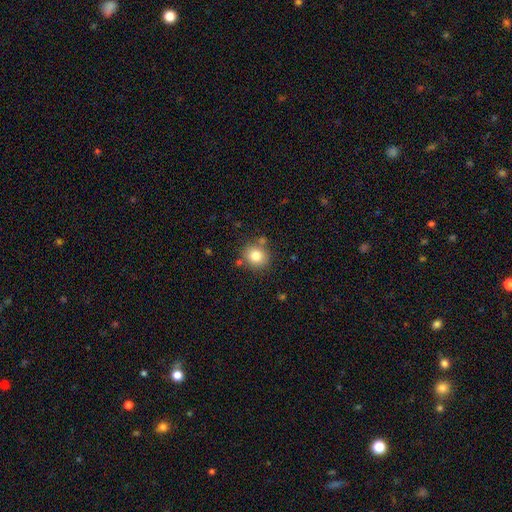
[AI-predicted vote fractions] Smooth or featured? smooth (81%)
How rounded? round (81%)
Merging? none (78%)